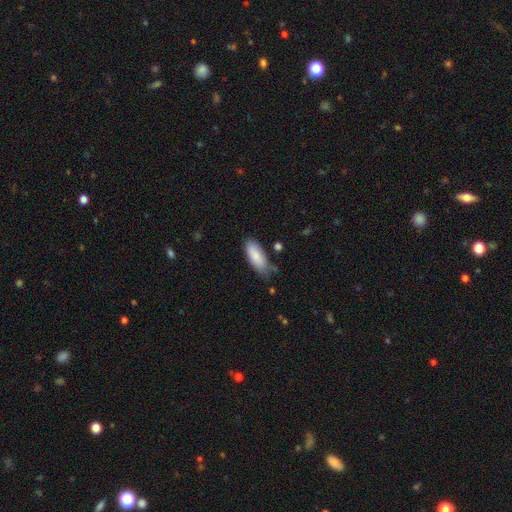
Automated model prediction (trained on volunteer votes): This appears to be a smooth galaxy with no disk features (85%) that is in between round and cigar-shaped (81%). Merging: none (63%).